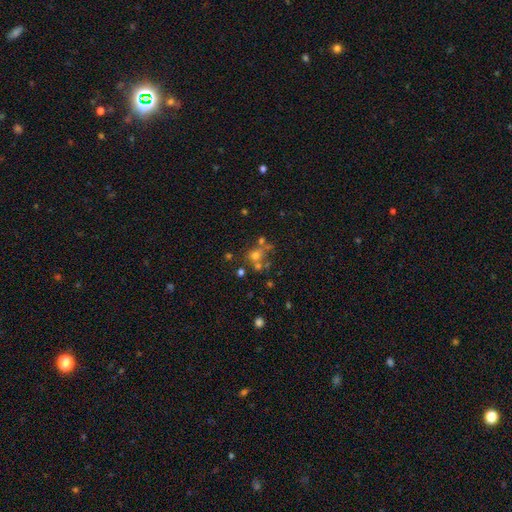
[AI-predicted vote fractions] smooth 55%, star or artifact 23%, featured or disk 22%. Down the decision tree: how rounded — round (78%); merging — none (48%).